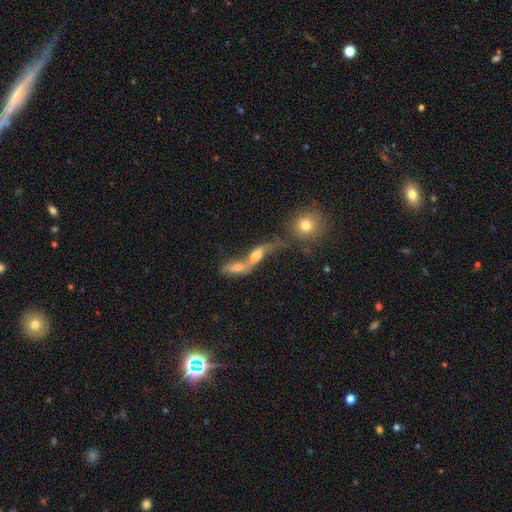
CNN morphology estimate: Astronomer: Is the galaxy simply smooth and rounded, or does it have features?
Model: featured or disk — 50% (runner-up: smooth, 32%).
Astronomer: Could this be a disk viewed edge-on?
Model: no — 73%.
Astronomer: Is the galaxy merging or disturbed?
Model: merger — 67%.